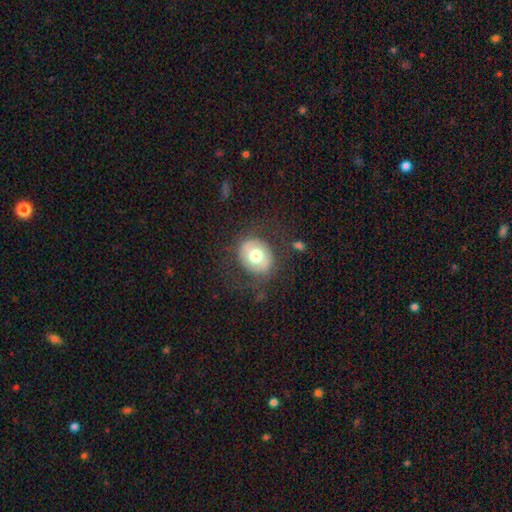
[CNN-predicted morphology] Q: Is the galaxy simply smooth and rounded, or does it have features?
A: smooth — 59%.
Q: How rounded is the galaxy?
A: round — 71%.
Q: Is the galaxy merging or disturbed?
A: none — 73%.